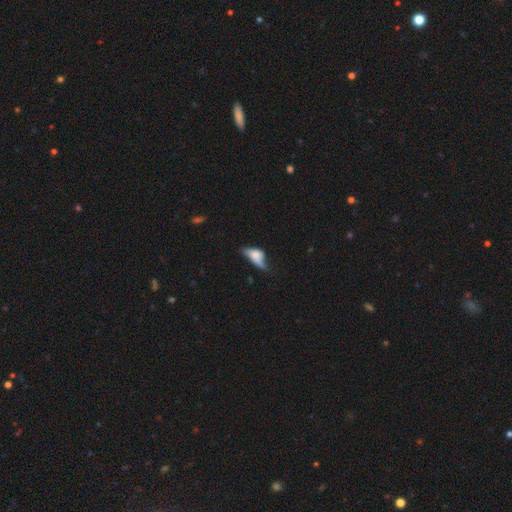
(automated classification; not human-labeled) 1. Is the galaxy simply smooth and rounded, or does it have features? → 56% smooth, 35% featured or disk, 9% star or artifact.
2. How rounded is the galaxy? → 80% in between, 13% cigar-shaped, 7% round.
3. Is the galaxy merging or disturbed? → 34% major disturbance, 32% minor disturbance, 23% none, 11% merger.